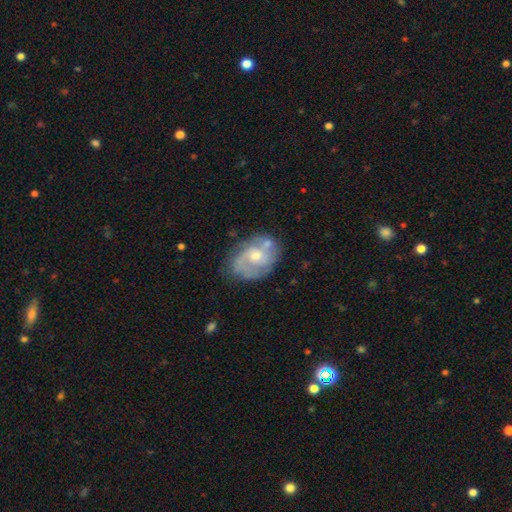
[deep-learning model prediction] Smooth or featured? Predicted: featured or disk (p=0.74). Edge-on disk? Predicted: no (p=0.97). Bar? Predicted: no (p=0.62). Spiral arms? Predicted: yes (p=0.84). Spiral winding? Predicted: medium (p=0.46). Spiral arm count? Predicted: 2 (p=0.59). Bulge size? Predicted: moderate (p=0.52). Merging? Predicted: none (p=0.61).